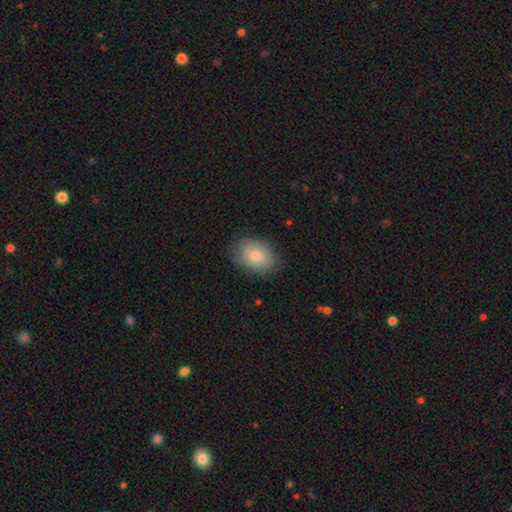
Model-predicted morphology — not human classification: Smooth or featured: smooth — 83% (featured or disk — 10%)
How rounded: in between — 75% (round — 24%)
Merging: none — 80% (minor disturbance — 15%)